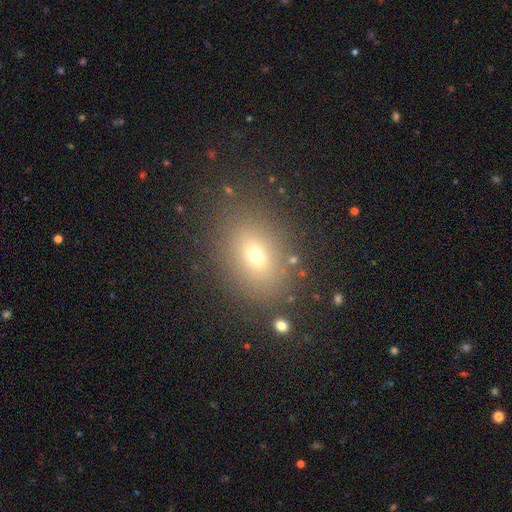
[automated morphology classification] smooth 67%, star or artifact 19%, featured or disk 15%. Down the decision tree: how rounded — in between (65%); merging — none (81%).